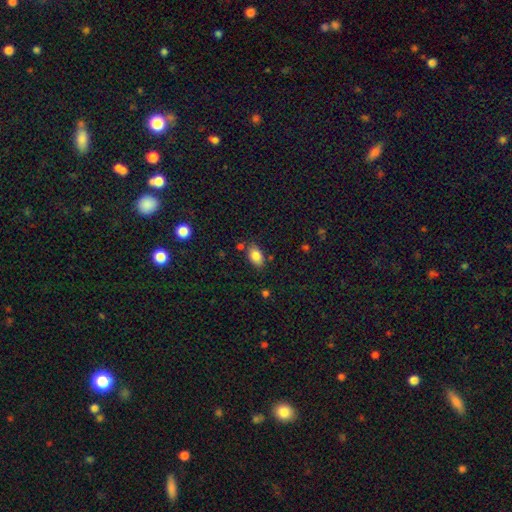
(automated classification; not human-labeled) Smooth or featured: smooth — 83% (star or artifact — 9%)
How rounded: in between — 89% (round — 9%)
Merging: none — 77% (minor disturbance — 15%)